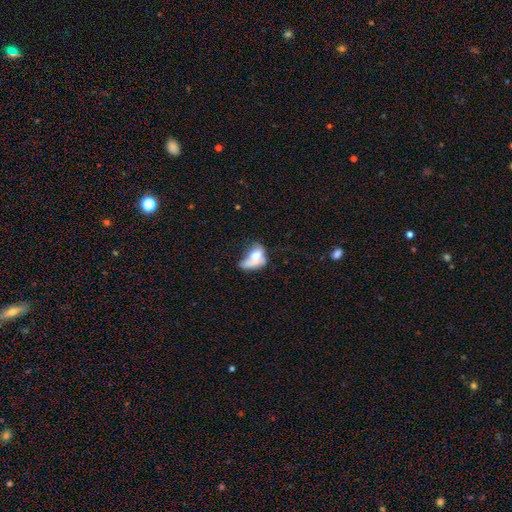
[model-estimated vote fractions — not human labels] This is possibly a smooth galaxy (56%). How rounded: likely in between (79%). Merging: marginally major disturbance (36%).